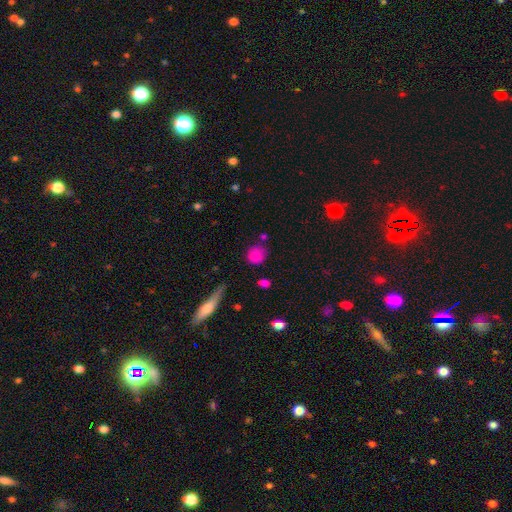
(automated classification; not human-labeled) A smooth galaxy with no disk features (82%) that is round (85%). Merging: none (75%).